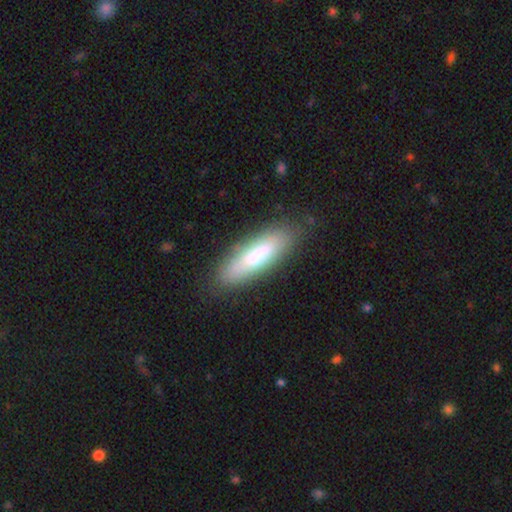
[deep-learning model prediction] Smooth or featured: smooth — 69% (featured or disk — 24%)
How rounded: cigar-shaped — 59% (in between — 39%)
Merging: none — 81% (minor disturbance — 13%)